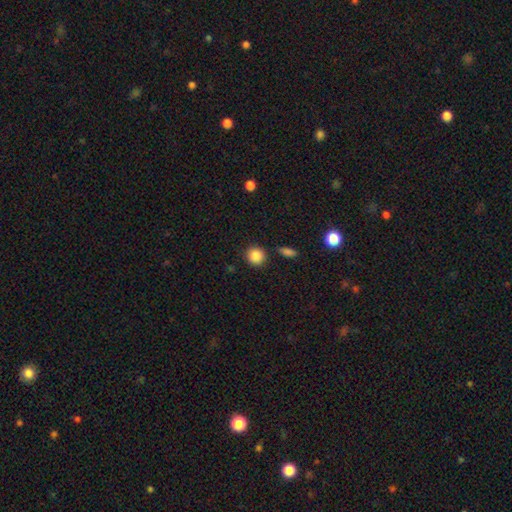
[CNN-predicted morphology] Smooth or featured? Predicted: smooth (p=0.86). How rounded? Predicted: round (p=0.90). Merging? Predicted: none (p=0.87).